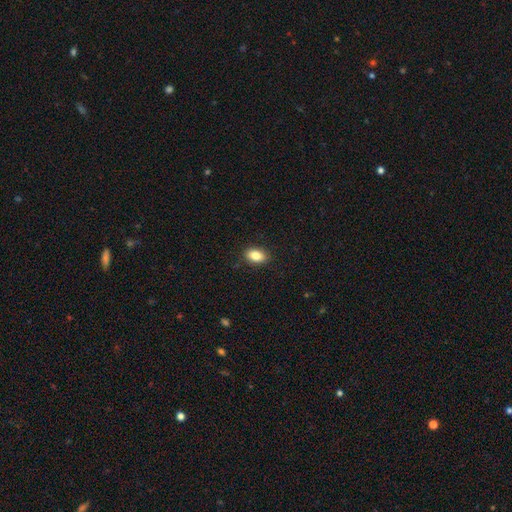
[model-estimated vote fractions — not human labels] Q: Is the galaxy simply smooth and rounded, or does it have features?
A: smooth — 84%.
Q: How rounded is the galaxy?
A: in between — 86%.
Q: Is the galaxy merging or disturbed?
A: none — 89%.